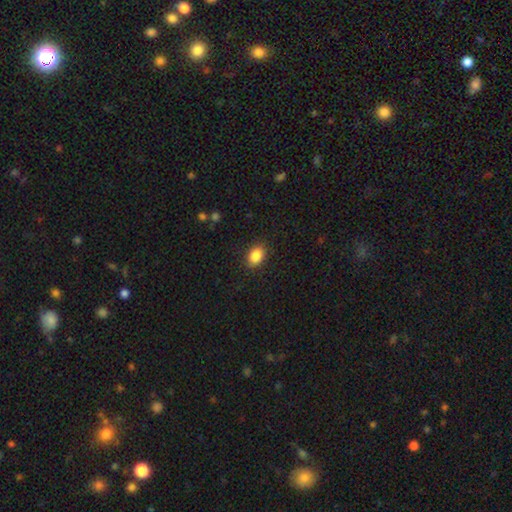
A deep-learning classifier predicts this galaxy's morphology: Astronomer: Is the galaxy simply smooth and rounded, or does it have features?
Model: smooth — 87%.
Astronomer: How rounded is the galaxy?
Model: in between — 76%.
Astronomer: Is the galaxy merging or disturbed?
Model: none — 87%.